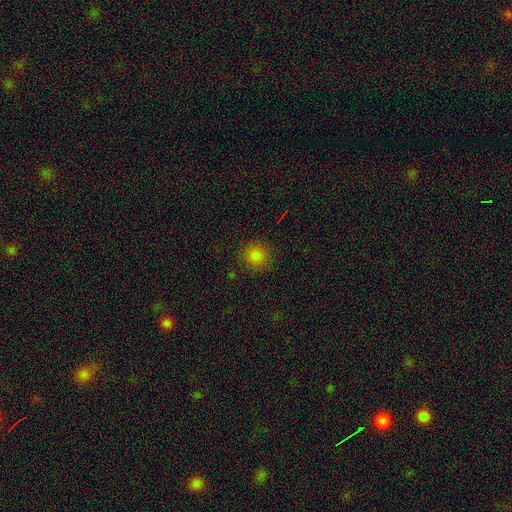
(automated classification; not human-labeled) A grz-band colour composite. It shows a smooth galaxy with no disk features (83%) that is round (92%). Merging: none (89%).